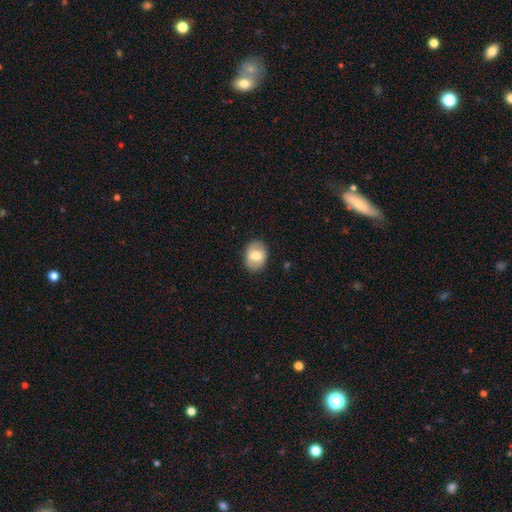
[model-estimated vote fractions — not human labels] A smooth galaxy with no disk features (71%) that is in between round and cigar-shaped (59%).

Vote fractions:
- Smooth or featured? smooth: 71% / featured or disk: 22% / star or artifact: 7%
- How rounded? in between: 59% / round: 40% / cigar-shaped: 1%
- Merging? none: 86% / minor disturbance: 10% / major disturbance: 3% / merger: 1%